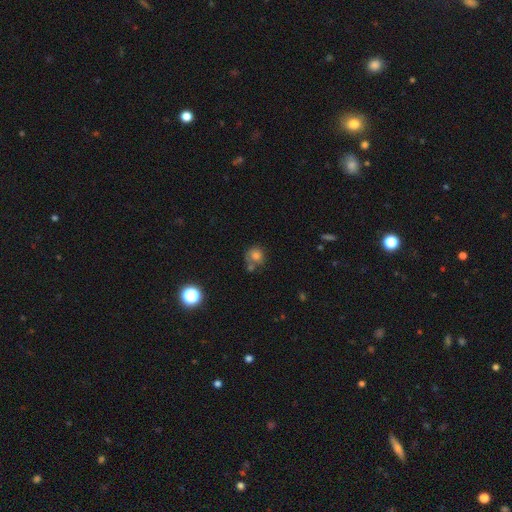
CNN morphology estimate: smooth_or_featured: smooth (p=0.75) [alt: star or artifact p=0.13]
how_rounded: round (p=0.81) [alt: in between p=0.18]
merging: none (p=0.49) [alt: merger p=0.26]